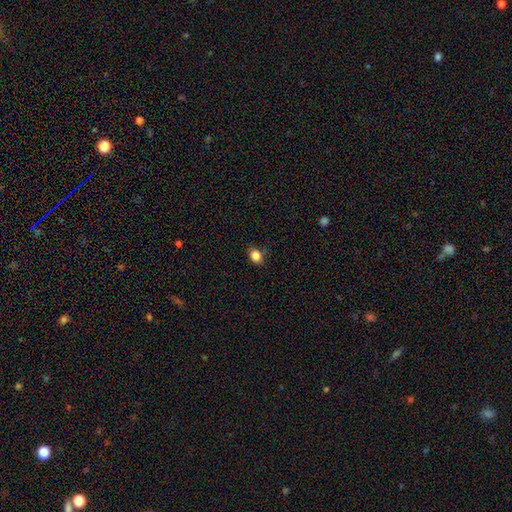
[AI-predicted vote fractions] A smooth galaxy with no disk features (85%) that is in between round and cigar-shaped (60%).

Vote fractions:
- Smooth or featured? smooth: 85% / star or artifact: 11% / featured or disk: 4%
- How rounded? in between: 60% / round: 39% / cigar-shaped: 1%
- Merging? none: 81% / minor disturbance: 15% / major disturbance: 3% / merger: 1%